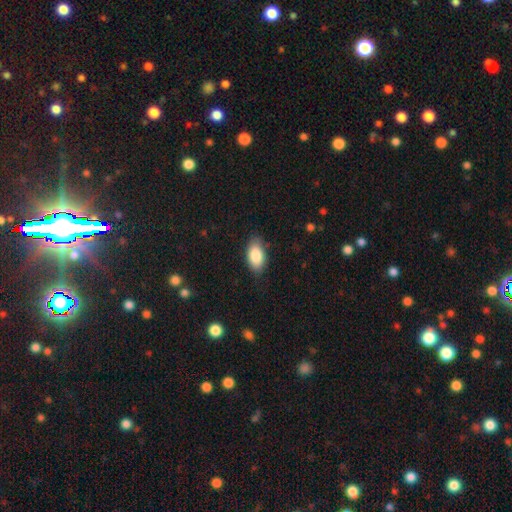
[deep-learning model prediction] A smooth galaxy with no disk features (86%) that is in between round and cigar-shaped (93%). Merging: none (79%).